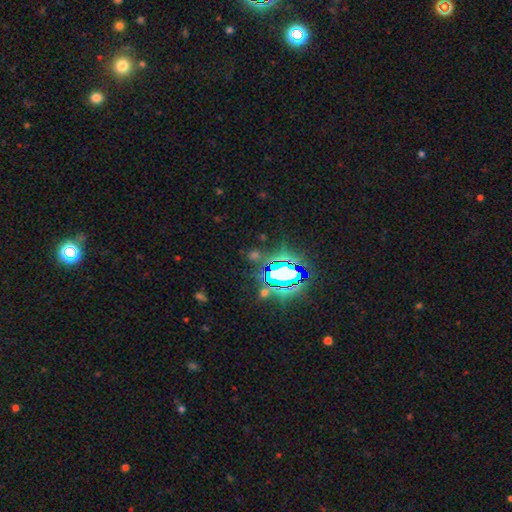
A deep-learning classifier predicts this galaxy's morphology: Smooth or featured? Predicted: star or artifact (p=0.72).